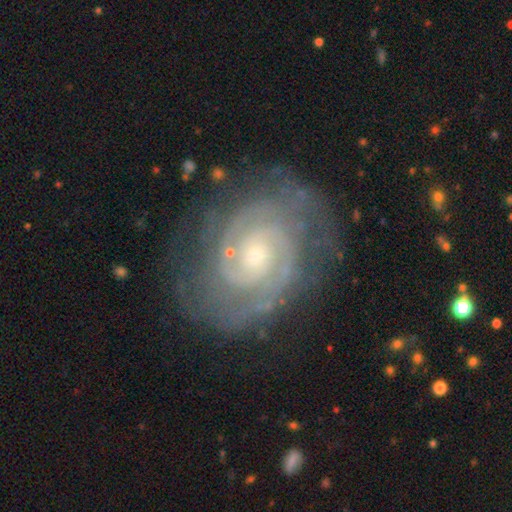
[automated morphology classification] A featured or disk galaxy (90%) with no bar (68%), 2 (58%) tight (73%) spiral arms (98%) and a small central bulge (62%). Merging: none (77%).